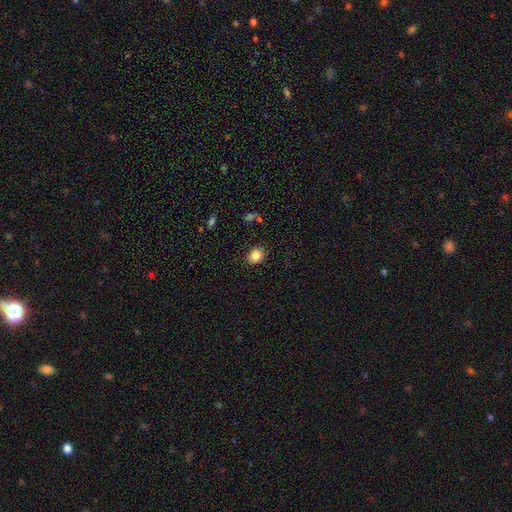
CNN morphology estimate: The model was most divided on "how rounded": round: 53%, in between: 46%, cigar-shaped: 1%. More confident: merging — none (87%); smooth or featured — smooth (84%).